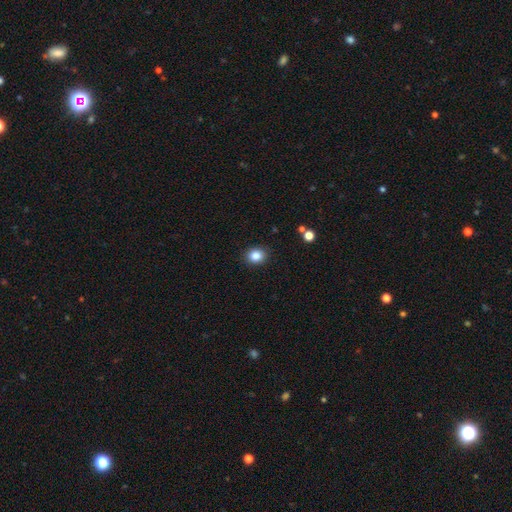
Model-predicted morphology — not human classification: smooth 85%, star or artifact 10%, featured or disk 5%. Down the decision tree: how rounded — round (67%); merging — none (89%).